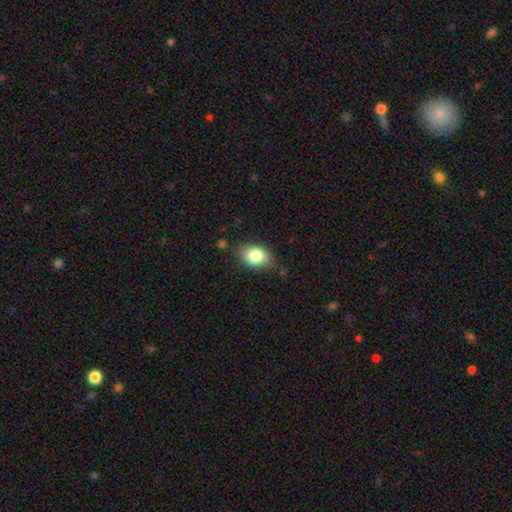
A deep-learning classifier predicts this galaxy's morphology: type=smooth (83%); roundness=in between (80%); merging=none (77%).